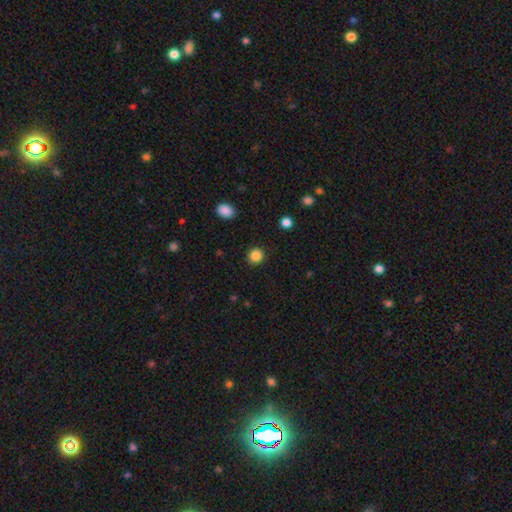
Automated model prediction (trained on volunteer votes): This is clearly a smooth galaxy (86%). How rounded: clearly round (91%). Merging: clearly none (91%).